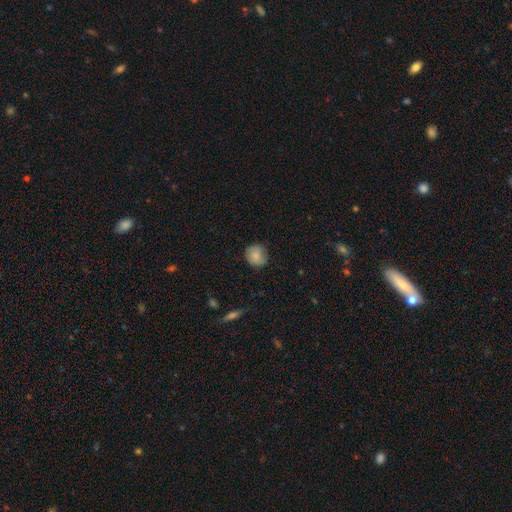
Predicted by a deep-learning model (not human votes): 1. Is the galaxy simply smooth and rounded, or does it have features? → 79% smooth, 13% featured or disk, 8% star or artifact.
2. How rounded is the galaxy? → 84% round, 15% in between, 1% cigar-shaped.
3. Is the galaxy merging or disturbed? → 74% none, 20% minor disturbance, 4% major disturbance, 1% merger.